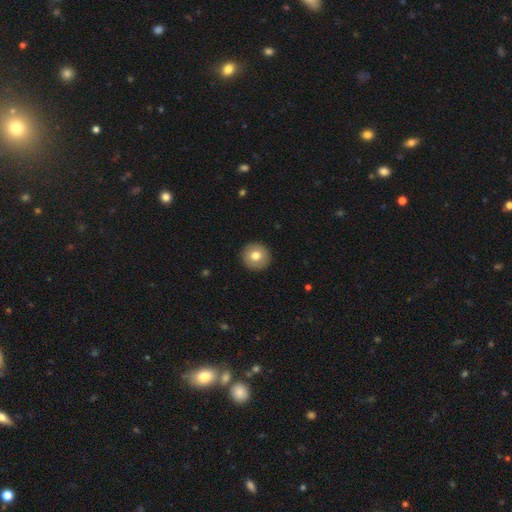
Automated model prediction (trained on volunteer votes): The model was most divided on "smooth or featured": smooth: 77%, featured or disk: 15%, star or artifact: 8%. More confident: how rounded — round (95%); merging — none (93%).